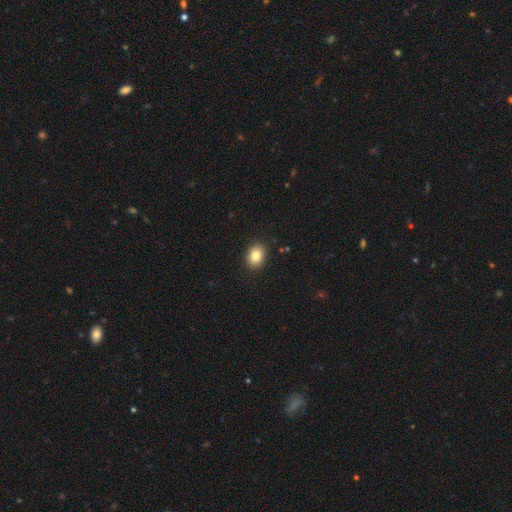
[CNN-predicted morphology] smooth_or_featured: smooth (p=0.84) [alt: star or artifact p=0.09]
how_rounded: in between (p=0.65) [alt: round p=0.34]
merging: none (p=0.89) [alt: minor disturbance p=0.08]